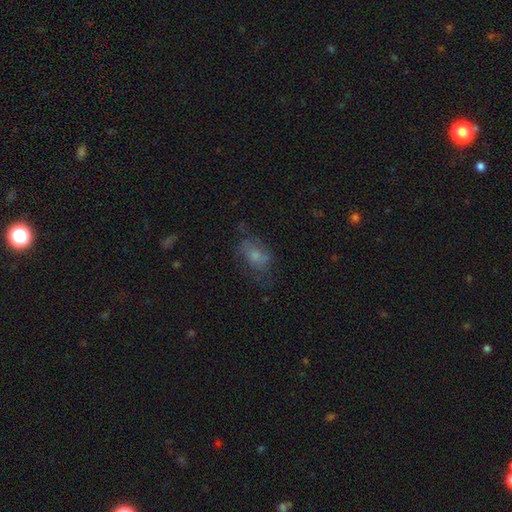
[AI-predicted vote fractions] Smooth or featured: smooth — 58% (featured or disk — 29%)
How rounded: in between — 83% (round — 14%)
Merging: none — 50% (minor disturbance — 25%)